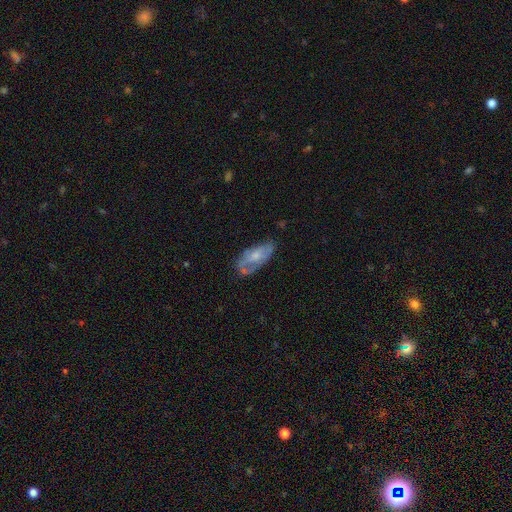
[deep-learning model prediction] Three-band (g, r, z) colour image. It shows a featured or disk galaxy (49%). Merging: none (48%).